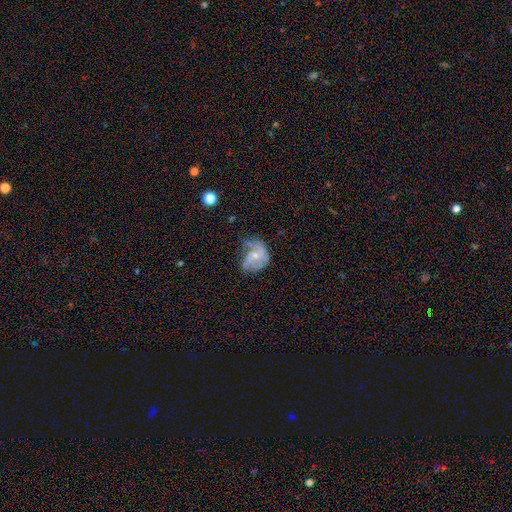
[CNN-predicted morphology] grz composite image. It shows a featured or disk galaxy (72%) with no bar (61%), 2 (52%) medium (44%) spiral arms (87%) and a small central bulge (51%). Merging: none (37%).